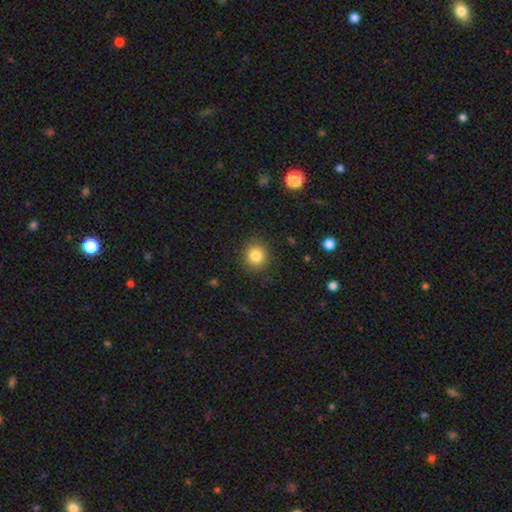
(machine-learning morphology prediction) smooth 83%, star or artifact 10%, featured or disk 6%. Down the decision tree: how rounded — round (85%); merging — none (88%).